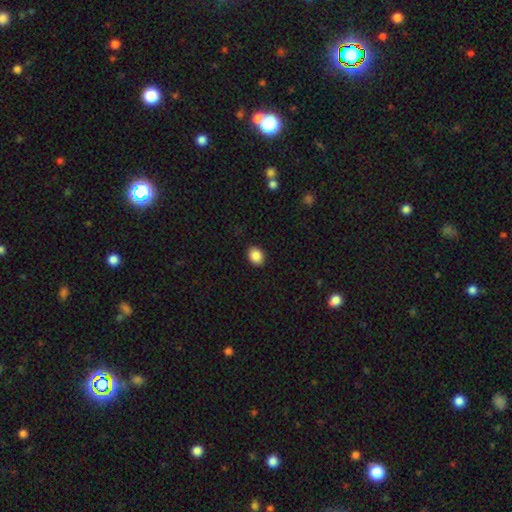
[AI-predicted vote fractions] Smooth or featured?
  - smooth: 88% *
  - star or artifact: 8%
  - featured or disk: 3%
How rounded?
  - in between: 58% *
  - round: 41%
  - cigar-shaped: 1%
Merging?
  - none: 90% *
  - minor disturbance: 7%
  - major disturbance: 2%
  - merger: 1%